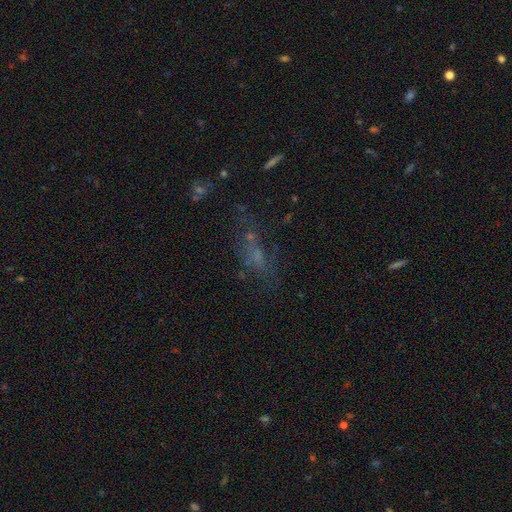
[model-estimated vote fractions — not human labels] The model was most divided on "smooth or featured": smooth: 41%, featured or disk: 32%, star or artifact: 27%. Remaining: merging — none (46%).